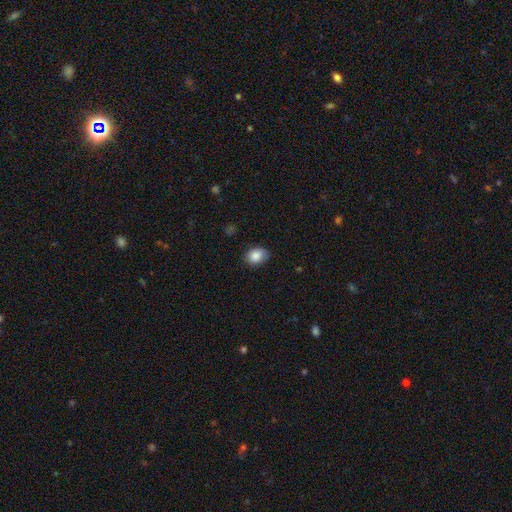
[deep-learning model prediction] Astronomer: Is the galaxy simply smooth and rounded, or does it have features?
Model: smooth — 86%.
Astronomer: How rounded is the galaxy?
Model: in between — 64%.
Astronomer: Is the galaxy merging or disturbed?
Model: none — 78%.